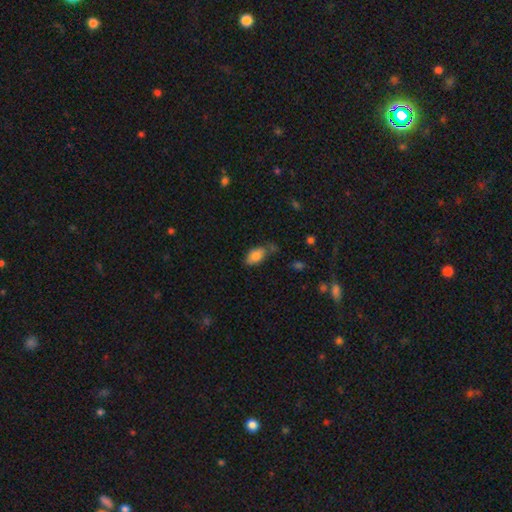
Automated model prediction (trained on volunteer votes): Overall: smooth (83%). How rounded: in between (92%). Merging: none (54%; minor disturbance 27%).